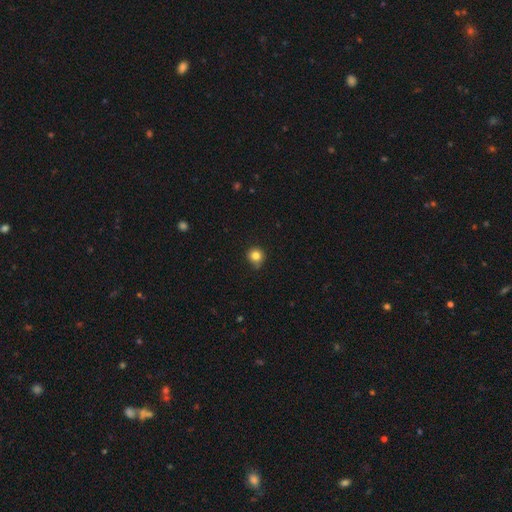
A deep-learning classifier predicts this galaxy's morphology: The model was most divided on "merging": none: 73%, minor disturbance: 22%, major disturbance: 4%, merger: 2%. More confident: how rounded — round (90%); smooth or featured — smooth (82%).